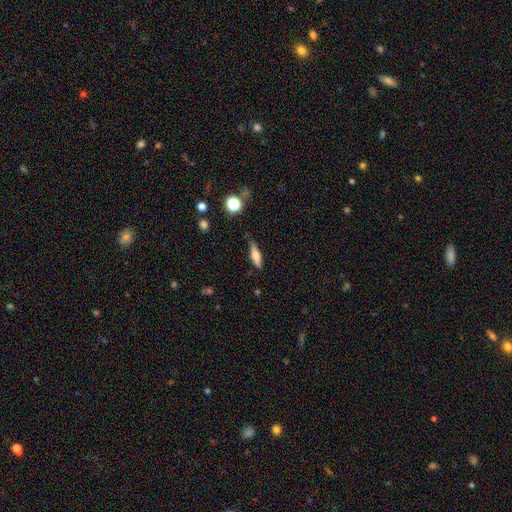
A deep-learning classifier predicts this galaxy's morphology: smooth_or_featured: smooth (p=0.66) [alt: featured or disk p=0.26]
how_rounded: cigar-shaped (p=0.59) [alt: in between p=0.38]
merging: none (p=0.76) [alt: minor disturbance p=0.18]